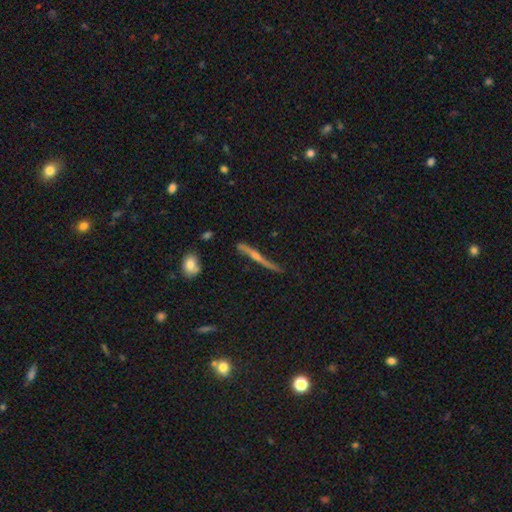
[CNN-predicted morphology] Smooth or featured?
  - featured or disk: 73% *
  - smooth: 19%
  - star or artifact: 8%
Edge-on disk?
  - yes: 92% *
  - no: 8%
Edge-on bulge?
  - rounded: 70% *
  - none: 23%
  - boxy: 7%
Merging?
  - none: 74% *
  - minor disturbance: 18%
  - major disturbance: 5%
  - merger: 3%